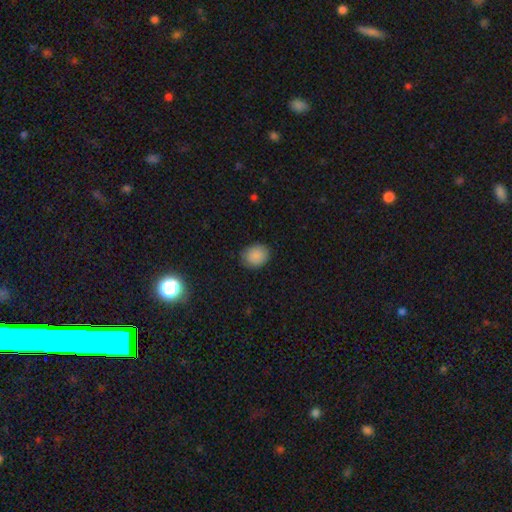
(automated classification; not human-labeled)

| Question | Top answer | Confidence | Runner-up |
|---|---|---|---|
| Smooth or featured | smooth | 88% | star or artifact (8%) |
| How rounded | round | 56% | in between (43%) |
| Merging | none | 84% | minor disturbance (12%) |